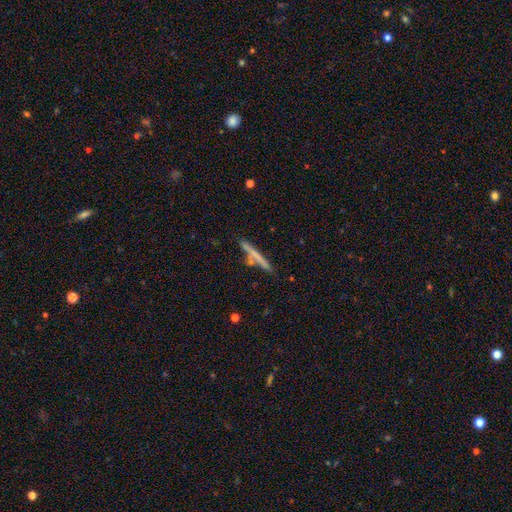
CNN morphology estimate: A smooth galaxy with no disk features (53%) that is cigar-shaped (95%).

Vote fractions:
- Smooth or featured? smooth: 53% / featured or disk: 40% / star or artifact: 7%
- How rounded? cigar-shaped: 95% / in between: 3% / round: 2%
- Merging? none: 74% / minor disturbance: 12% / merger: 11% / major disturbance: 3%